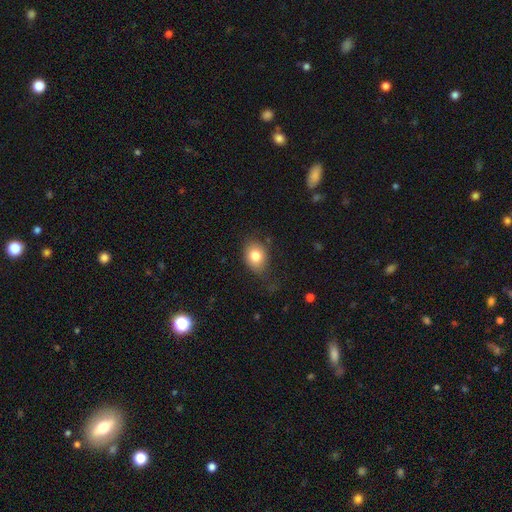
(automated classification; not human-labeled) Q: Smooth or featured?
A: smooth (80%); runner-up: featured or disk (10%)
Q: How rounded?
A: in between (55%); runner-up: round (44%)
Q: Merging?
A: none (67%); runner-up: minor disturbance (23%)